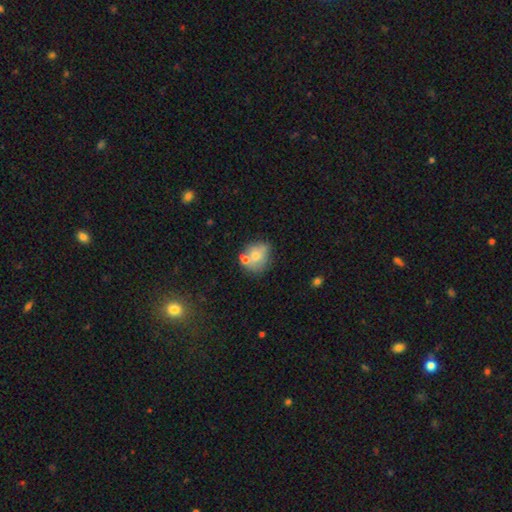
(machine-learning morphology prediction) Smooth or featured: smooth — 65% (featured or disk — 26%)
How rounded: round — 68% (in between — 30%)
Merging: none — 49% (merger — 25%)